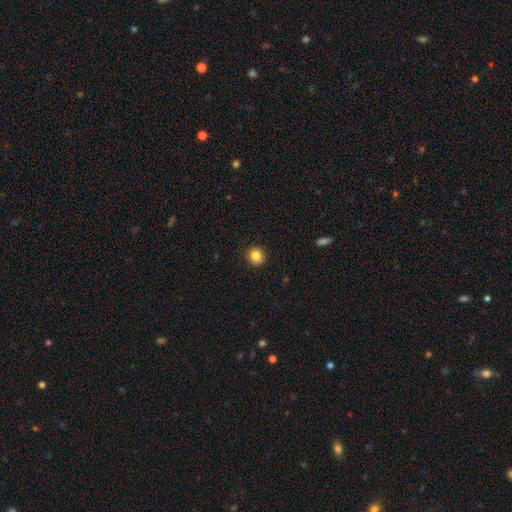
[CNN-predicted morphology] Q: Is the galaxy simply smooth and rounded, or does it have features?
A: smooth — 84%.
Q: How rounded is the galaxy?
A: round — 83%.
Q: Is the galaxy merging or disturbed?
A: none — 90%.